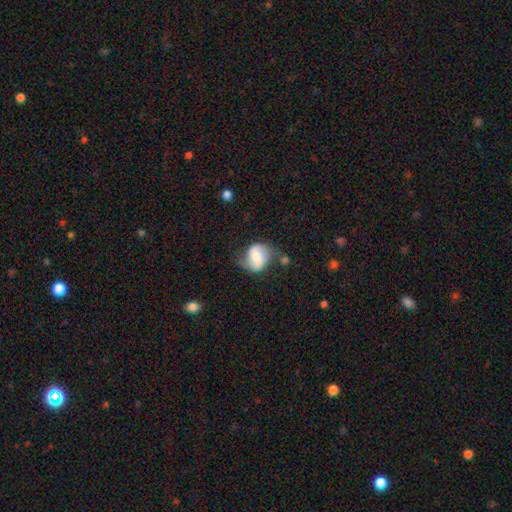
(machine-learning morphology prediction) smooth-or-featured: featured or disk: 49% | smooth: 43% | star or artifact: 8%
  merging: none: 50% | minor disturbance: 29% | major disturbance: 14% | merger: 7%